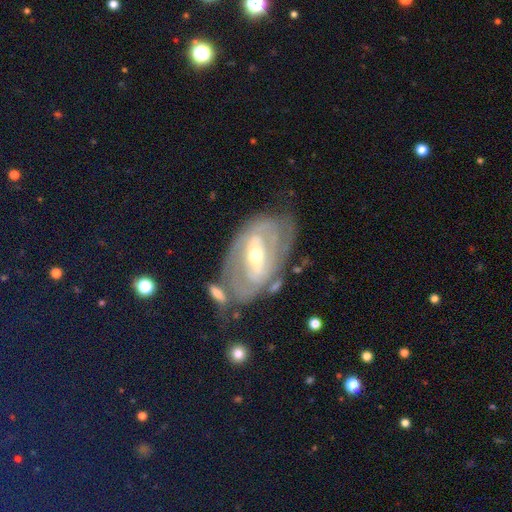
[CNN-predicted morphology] Q: Smooth or featured?
A: featured or disk (83%); runner-up: smooth (11%)
Q: Edge-on disk?
A: no (93%); runner-up: yes (7%)
Q: Bar?
A: strong (47%); runner-up: weak (35%)
Q: Spiral arms?
A: yes (78%); runner-up: no (22%)
Q: Spiral winding?
A: tight (63%); runner-up: medium (27%)
Q: Spiral arm count?
A: 2 (46%); runner-up: can't tell (37%)
Q: Bulge size?
A: moderate (53%); runner-up: small (43%)
Q: Merging?
A: none (59%); runner-up: minor disturbance (20%)